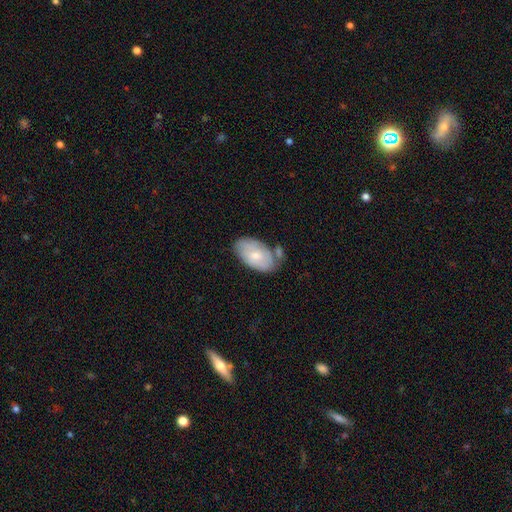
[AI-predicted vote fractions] Morphology: type=smooth (56%); roundness=in between (92%); merging=none (56%).